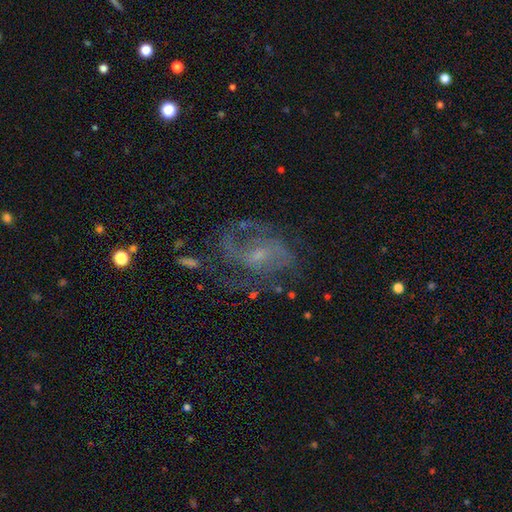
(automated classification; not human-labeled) Smooth or featured? featured or disk (79%)
Edge-on disk? no (97%)
Bar? no (46%)
Spiral arms? yes (86%)
Spiral winding? medium (50%)
Spiral arm count? 2 (54%)
Bulge size? small (58%)
Merging? none (55%)